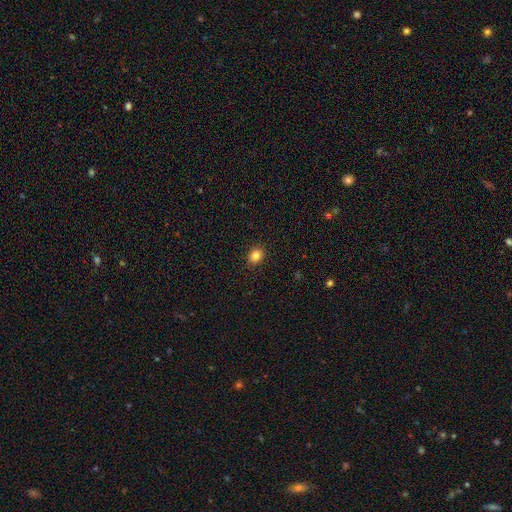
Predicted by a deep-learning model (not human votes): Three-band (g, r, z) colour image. It shows a smooth galaxy with no disk features (83%) that is round (52%). Merging: none (90%).